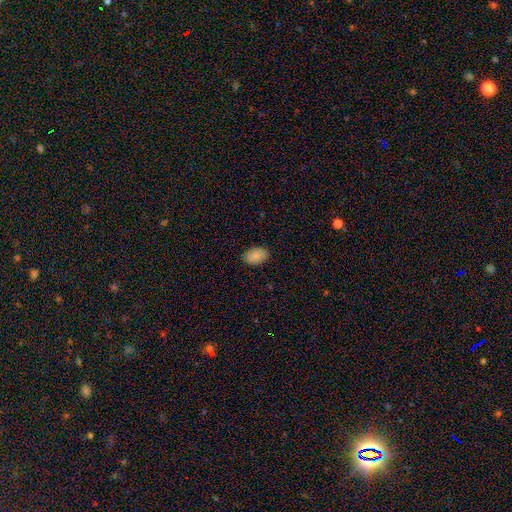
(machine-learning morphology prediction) Overall: smooth (88%). How rounded: in between (90%). Merging: none (87%).